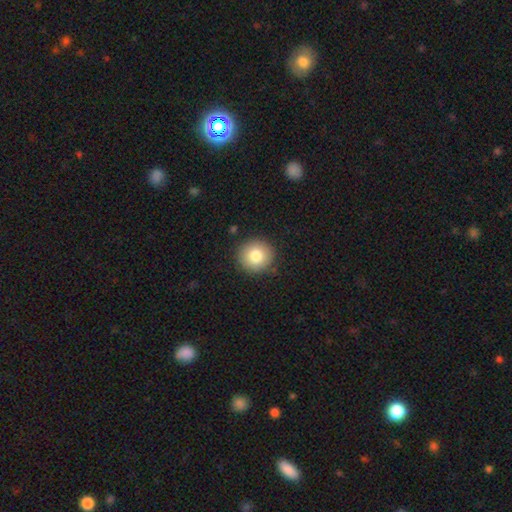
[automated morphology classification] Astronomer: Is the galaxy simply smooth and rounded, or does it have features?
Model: smooth — 81%.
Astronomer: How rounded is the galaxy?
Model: round — 93%.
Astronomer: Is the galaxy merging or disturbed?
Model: none — 89%.